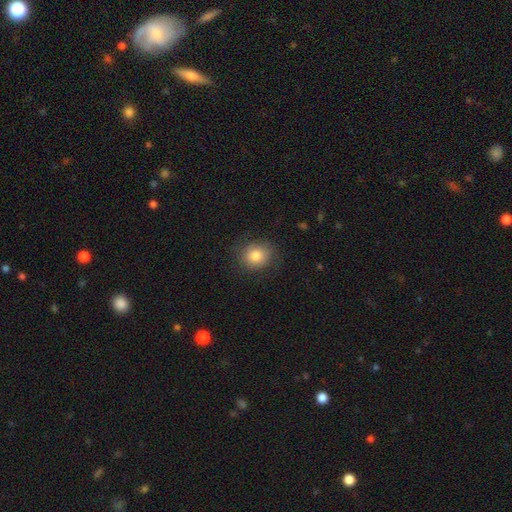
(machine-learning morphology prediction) smooth 82%, star or artifact 9%, featured or disk 8%. Down the decision tree: how rounded — round (71%); merging — none (82%).